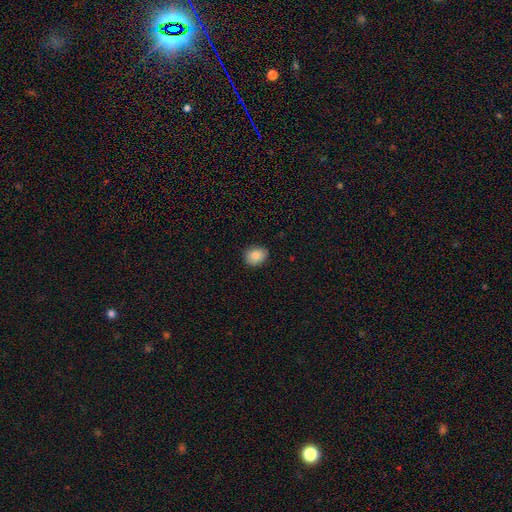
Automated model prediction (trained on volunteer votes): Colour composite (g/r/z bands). It shows a smooth galaxy with no disk features (87%) that is in between round and cigar-shaped (52%). Merging: none (87%).